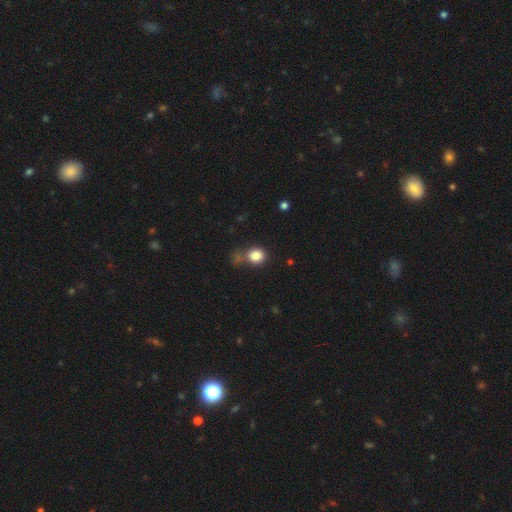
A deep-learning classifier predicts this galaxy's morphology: A smooth galaxy with no disk features (84%) that is round (77%). Merging: none (57%).